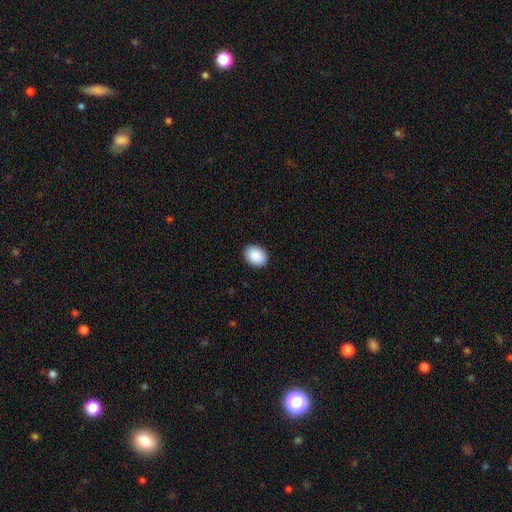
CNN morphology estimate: Smooth or featured?
  - smooth: 91% *
  - star or artifact: 7%
  - featured or disk: 3%
How rounded?
  - in between: 71% *
  - round: 28%
  - cigar-shaped: 1%
Merging?
  - none: 90% *
  - minor disturbance: 7%
  - major disturbance: 2%
  - merger: 1%